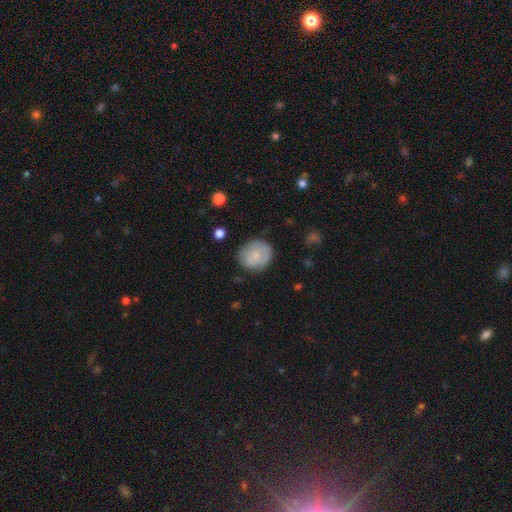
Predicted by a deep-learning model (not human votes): smooth-or-featured: smooth: 73% | featured or disk: 20% | star or artifact: 7%
  how-rounded: round: 78% | in between: 21% | cigar-shaped: 1%
  merging: none: 78% | minor disturbance: 16% | major disturbance: 4% | merger: 1%